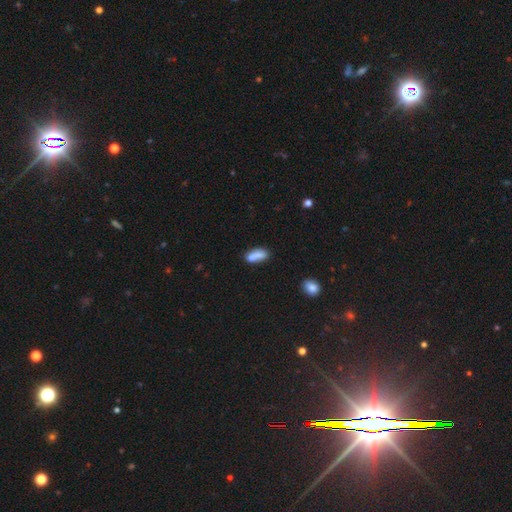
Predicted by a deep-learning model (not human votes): A smooth galaxy with no disk features (76%) that is in between round and cigar-shaped (74%).

Vote fractions:
- Smooth or featured? smooth: 76% / featured or disk: 15% / star or artifact: 9%
- How rounded? in between: 74% / cigar-shaped: 21% / round: 4%
- Merging? none: 45% / merger: 30% / minor disturbance: 18% / major disturbance: 7%